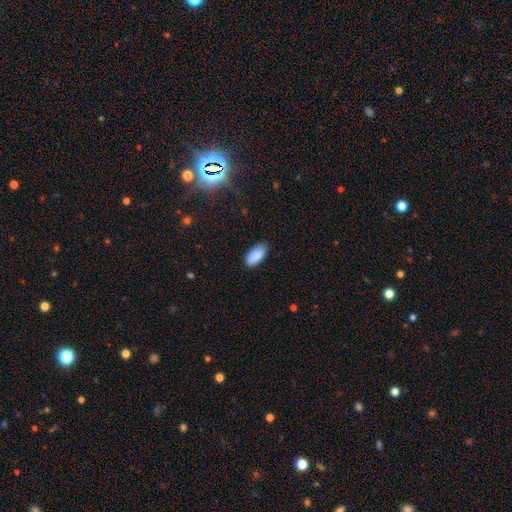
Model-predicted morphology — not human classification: A smooth galaxy with no disk features (88%) that is in between round and cigar-shaped (93%). Merging: none (83%).